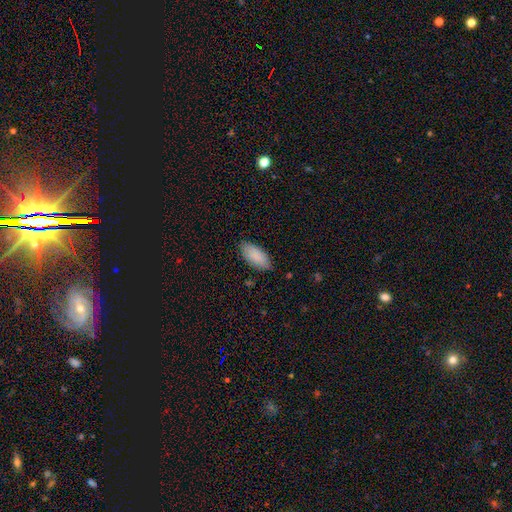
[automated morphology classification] This appears to be a smooth galaxy with no disk features (89%) that is in between round and cigar-shaped (91%). Merging: none (83%).